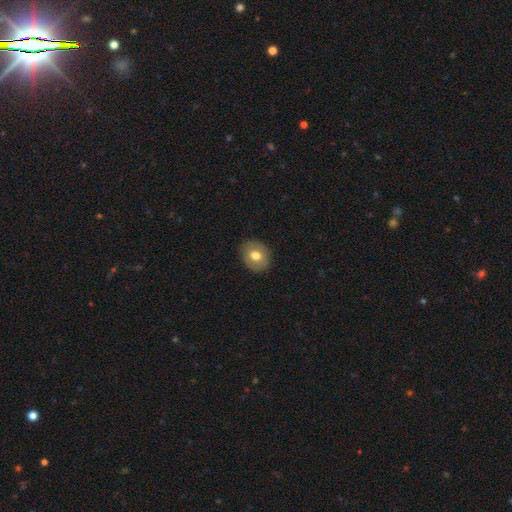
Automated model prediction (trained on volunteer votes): Morphology: type=smooth (72%); roundness=round (60%); merging=none (89%).